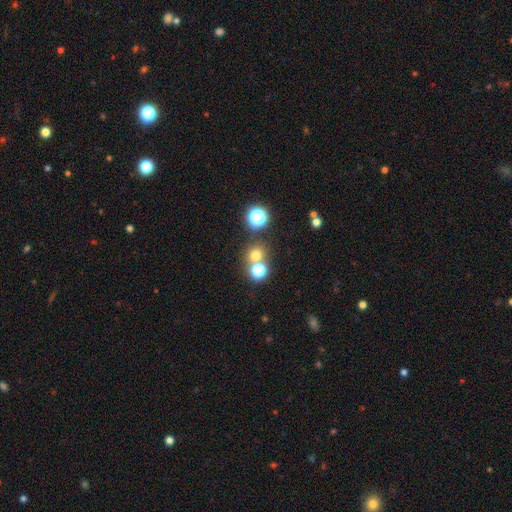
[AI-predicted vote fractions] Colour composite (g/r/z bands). It shows a smooth galaxy with no disk features (66%) that is round (85%). Merging: none (63%).